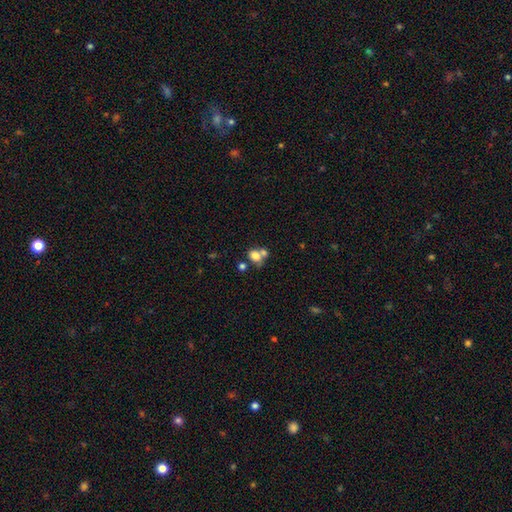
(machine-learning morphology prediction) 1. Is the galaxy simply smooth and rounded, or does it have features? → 76% smooth, 13% featured or disk, 11% star or artifact.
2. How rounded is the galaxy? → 56% in between, 43% round, 1% cigar-shaped.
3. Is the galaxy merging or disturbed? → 47% merger, 37% none, 10% minor disturbance, 5% major disturbance.